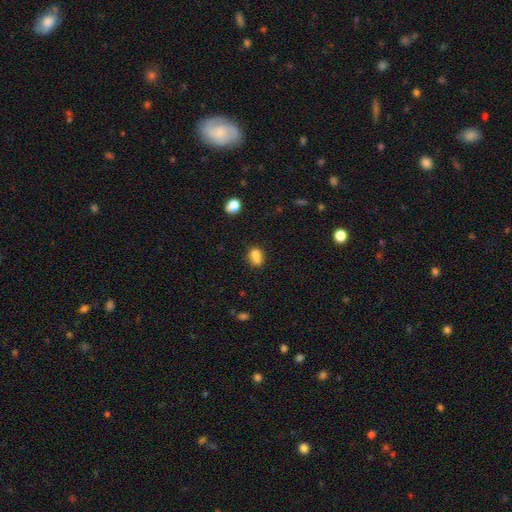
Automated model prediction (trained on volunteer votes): smooth-or-featured: smooth: 75% | featured or disk: 14% | star or artifact: 11%
  how-rounded: in between: 52% | round: 45% | cigar-shaped: 2%
  merging: merger: 41% | none: 40% | minor disturbance: 13% | major disturbance: 5%